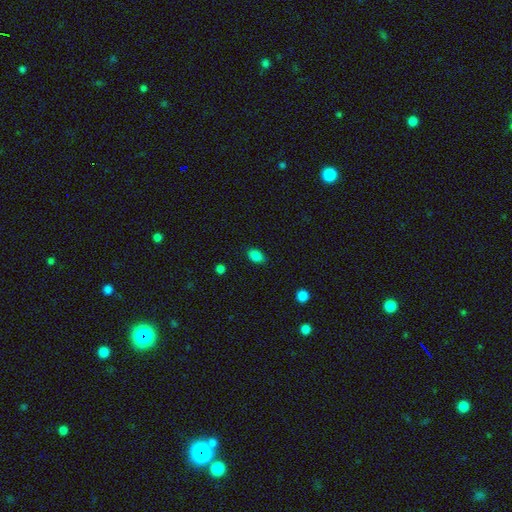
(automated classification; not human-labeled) smooth-or-featured: smooth: 86% | star or artifact: 10% | featured or disk: 4%
  how-rounded: in between: 85% | round: 14% | cigar-shaped: 2%
  merging: none: 85% | minor disturbance: 11% | major disturbance: 3% | merger: 1%